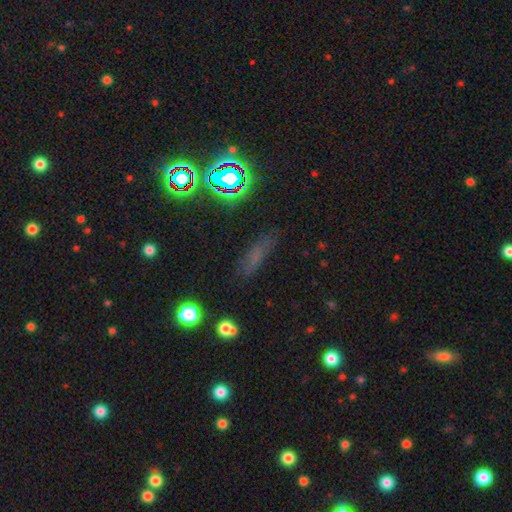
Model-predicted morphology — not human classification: smooth 54%, star or artifact 28%, featured or disk 18%. Down the decision tree: how rounded — cigar-shaped (61%); merging — none (75%).